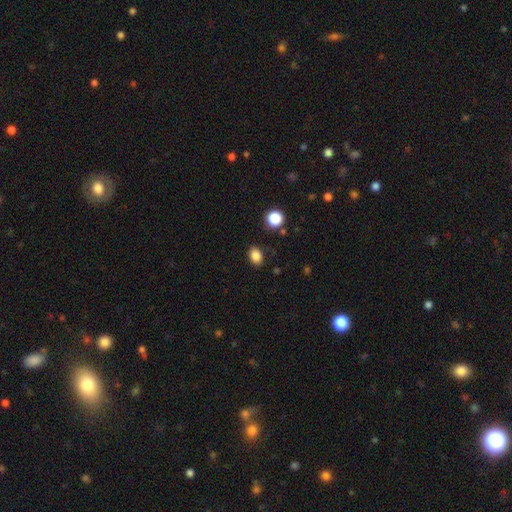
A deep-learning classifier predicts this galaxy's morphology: A smooth galaxy with no disk features (85%) that is in between round and cigar-shaped (66%). Merging: none (85%).